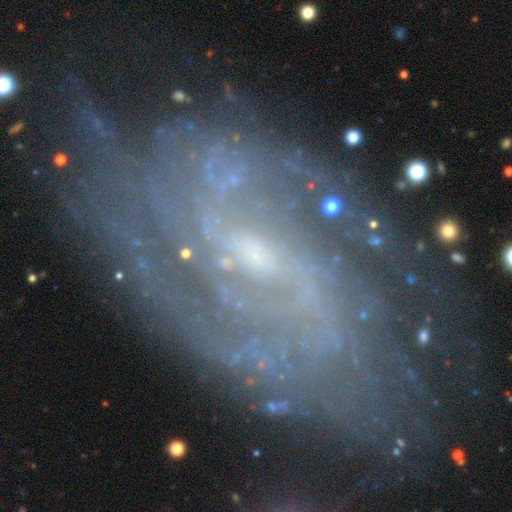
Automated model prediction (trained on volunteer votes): smooth-or-featured: featured or disk: 88% | star or artifact: 7% | smooth: 5%
  disk-edge-on: no: 96% | yes: 4%
    bar: weak: 52% | no: 27% | strong: 21%
    has-spiral-arms: yes: 95% | no: 5%
      spiral-winding: tight: 42% (tied) | medium: 42% (tied) | loose: 17%
      spiral-arm-count: 2: 47% | can't tell: 22% | 3: 10% | 4: 8% | more than 4: 7% | 1: 7%
    bulge-size: small: 65% | moderate: 24% | none: 7% | large: 2% | dominant: 1%
  merging: none: 67% | minor disturbance: 20% | major disturbance: 11% | merger: 3%